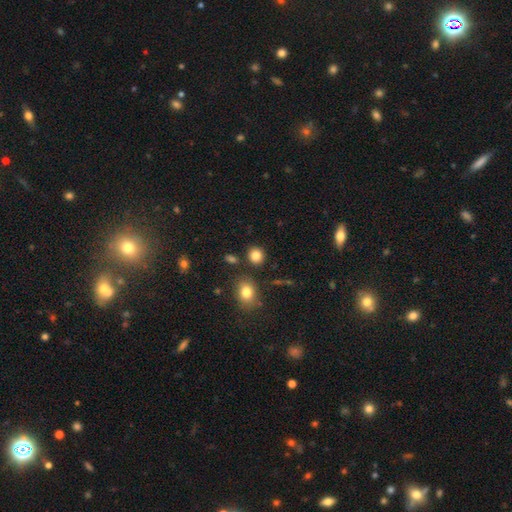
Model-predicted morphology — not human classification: Smooth or featured? smooth (83%)
How rounded? round (81%)
Merging? none (85%)